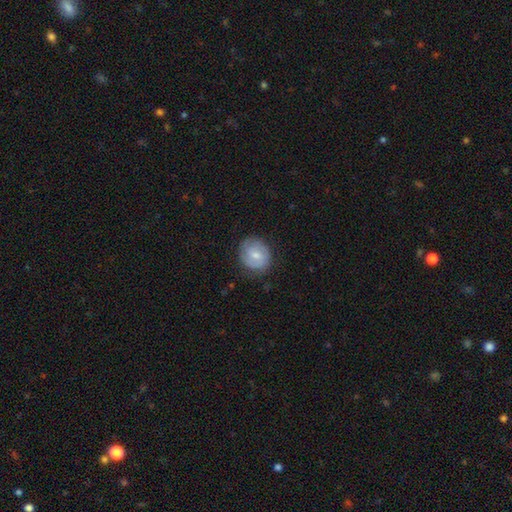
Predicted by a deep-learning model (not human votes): The model was most divided on "smooth or featured": smooth: 49%, featured or disk: 45%, star or artifact: 6%. More confident: merging — none (76%).